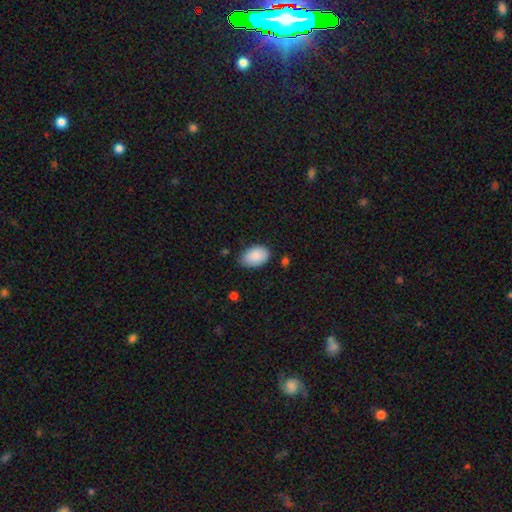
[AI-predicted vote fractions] Smooth or featured: smooth — 88% (star or artifact — 6%)
How rounded: in between — 90% (round — 9%)
Merging: none — 75% (minor disturbance — 20%)